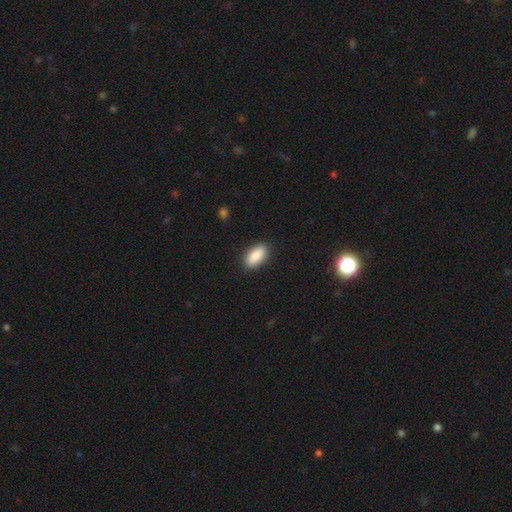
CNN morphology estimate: Overall: smooth (90%). How rounded: in between (90%). Merging: none (89%).